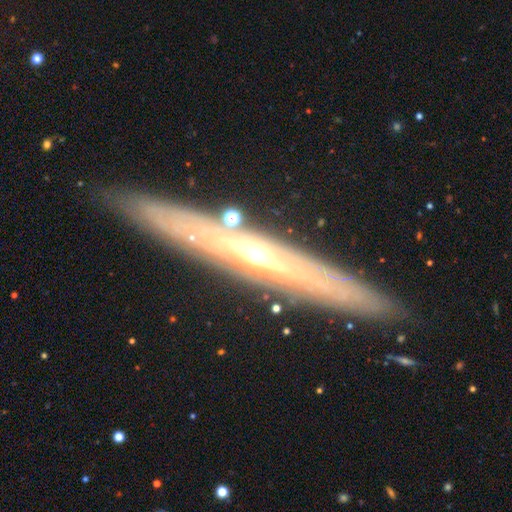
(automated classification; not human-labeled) A featured or disk galaxy (77%) viewed edge-on (91%) with a rounded central bulge (63%).

Vote fractions:
- Smooth or featured? featured or disk: 77% / smooth: 14% / star or artifact: 9%
- Edge-on disk? yes: 91% / no: 9%
- Edge-on bulge? rounded: 63% / none: 34% / boxy: 3%
- Merging? none: 88% / minor disturbance: 8% / merger: 2% / major disturbance: 2%